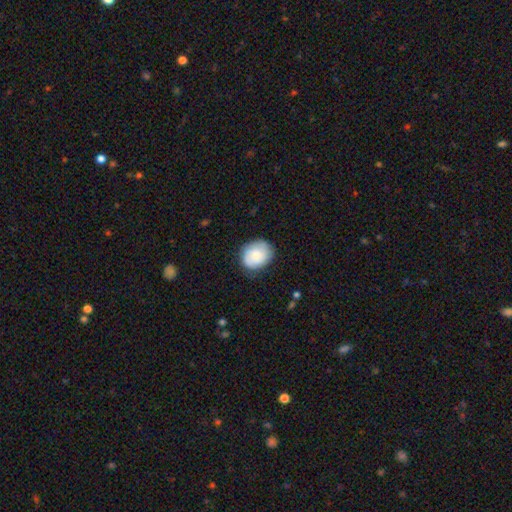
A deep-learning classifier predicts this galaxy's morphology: type=smooth (76%); roundness=round (63%); merging=none (77%).